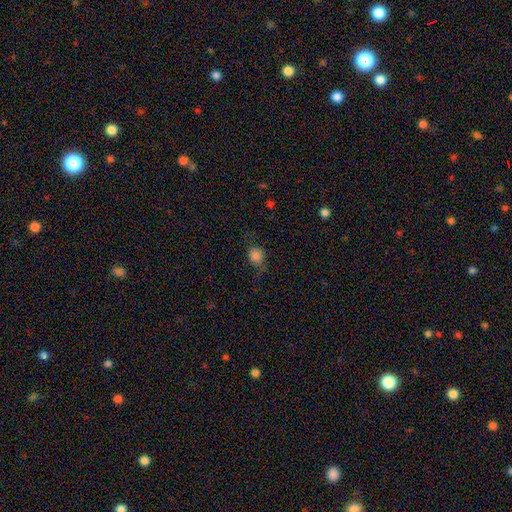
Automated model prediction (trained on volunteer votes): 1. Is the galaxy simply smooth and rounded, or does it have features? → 81% smooth, 13% star or artifact, 7% featured or disk.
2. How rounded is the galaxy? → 72% round, 27% in between, 1% cigar-shaped.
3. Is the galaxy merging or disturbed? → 64% none, 24% minor disturbance, 11% major disturbance, 2% merger.